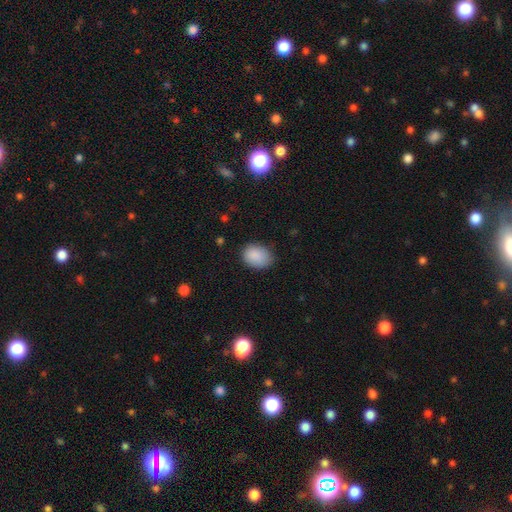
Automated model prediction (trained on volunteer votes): Overall: smooth (89%). How rounded: in between (61%; round 38%). Merging: none (76%).